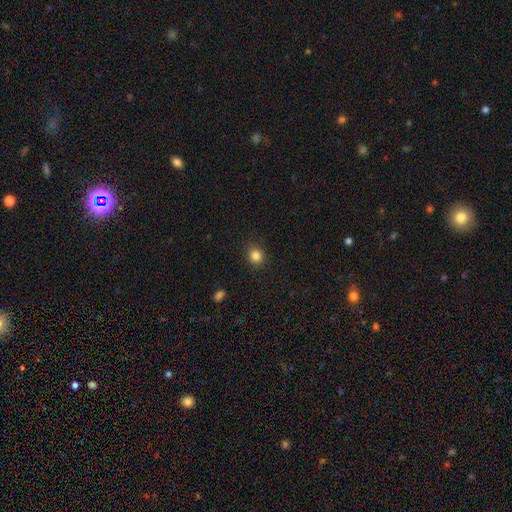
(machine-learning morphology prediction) smooth_or_featured: smooth (p=0.84) [alt: star or artifact p=0.12]
how_rounded: round (p=0.78) [alt: in between p=0.21]
merging: none (p=0.88) [alt: minor disturbance p=0.08]